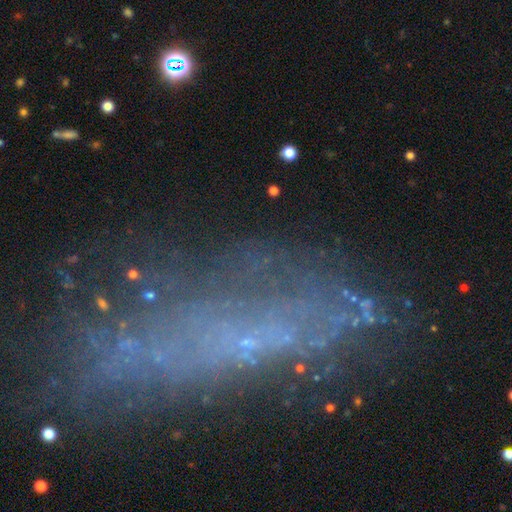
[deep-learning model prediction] Overall: featured or disk (44%; smooth 29%). Merging: none (57%; minor disturbance 19%).